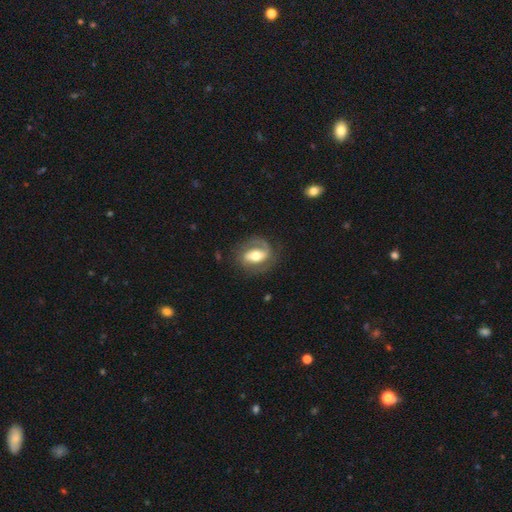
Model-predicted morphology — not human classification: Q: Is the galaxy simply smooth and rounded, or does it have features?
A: featured or disk — 71%.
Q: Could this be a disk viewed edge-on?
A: no — 94%.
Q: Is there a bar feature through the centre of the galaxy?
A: strong — 43%.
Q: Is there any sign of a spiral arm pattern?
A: yes — 80%.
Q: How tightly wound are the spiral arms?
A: medium — 44%.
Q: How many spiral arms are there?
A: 2 — 72%.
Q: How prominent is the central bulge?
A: moderate — 66%.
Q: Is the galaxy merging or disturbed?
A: none — 71%.